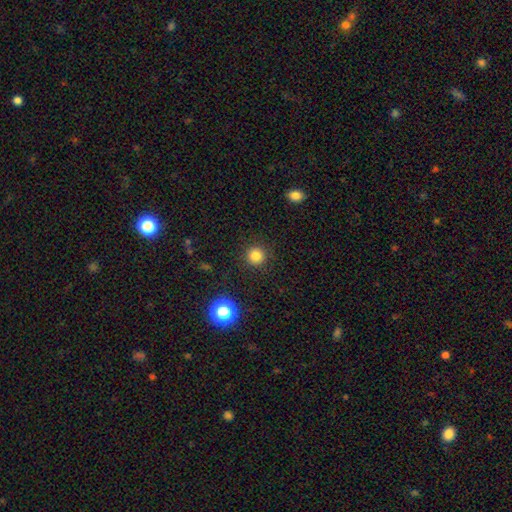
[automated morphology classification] type=smooth (82%); roundness=round (95%); merging=none (90%).